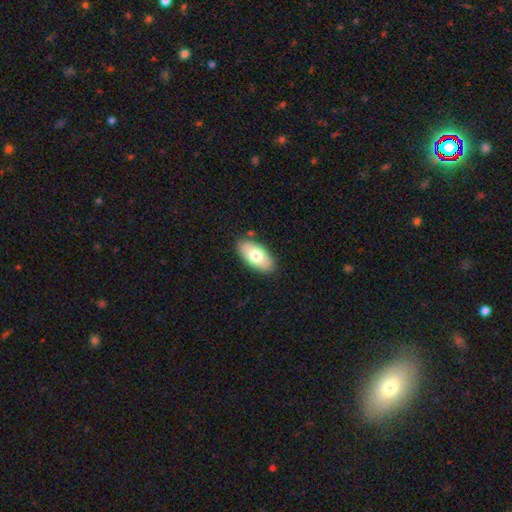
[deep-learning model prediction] A smooth galaxy with no disk features (72%) that is in between round and cigar-shaped (93%).

Vote fractions:
- Smooth or featured? smooth: 72% / featured or disk: 22% / star or artifact: 6%
- How rounded? in between: 93% / cigar-shaped: 4% / round: 3%
- Merging? none: 86% / minor disturbance: 10% / major disturbance: 2% / merger: 2%